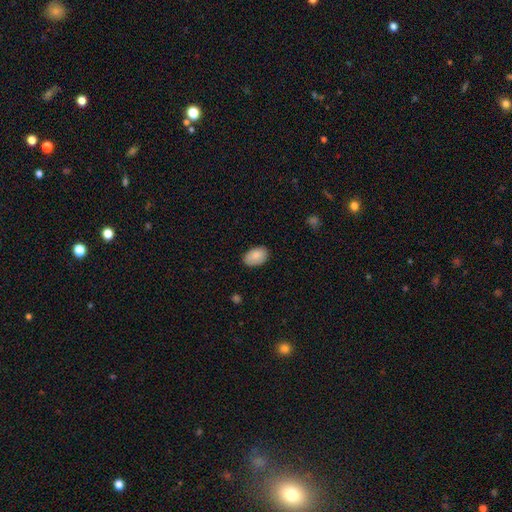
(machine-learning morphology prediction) The model was most divided on "merging": none: 83%, minor disturbance: 13%, major disturbance: 2%, merger: 1%. More confident: how rounded — in between (90%); smooth or featured — smooth (86%).